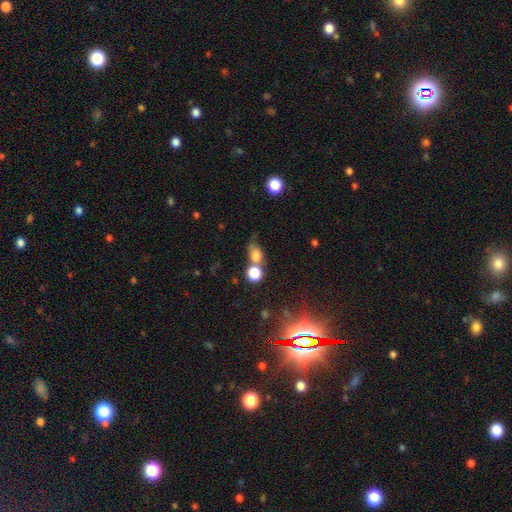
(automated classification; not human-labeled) The model was most divided on "how rounded": in between: 52%, round: 45%, cigar-shaped: 3%. Remaining: smooth or featured — smooth (74%); merging — none (42%).